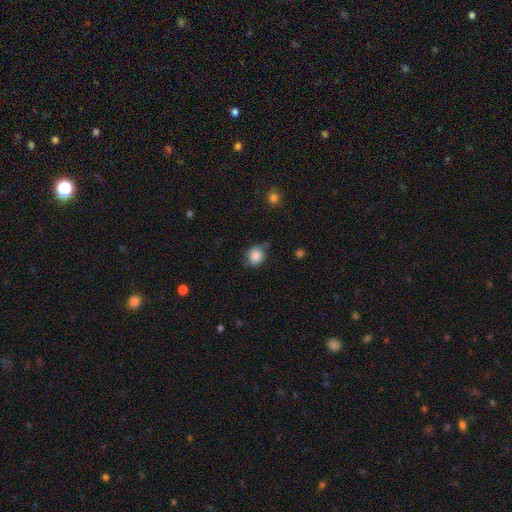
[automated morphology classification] smooth 85%, star or artifact 9%, featured or disk 6%. Down the decision tree: how rounded — round (78%); merging — none (68%).